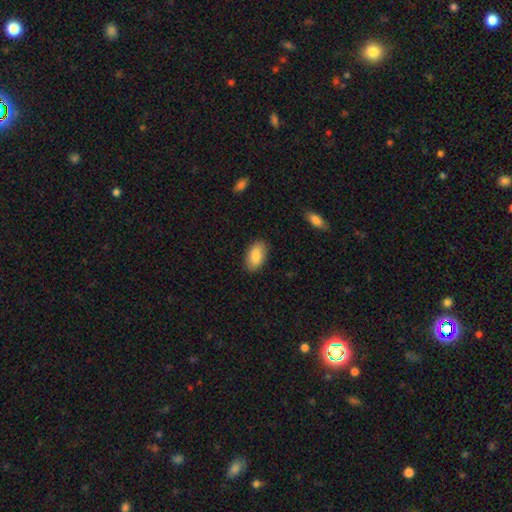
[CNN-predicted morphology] A smooth galaxy with no disk features (86%) that is in between round and cigar-shaped (94%). Merging: none (87%).